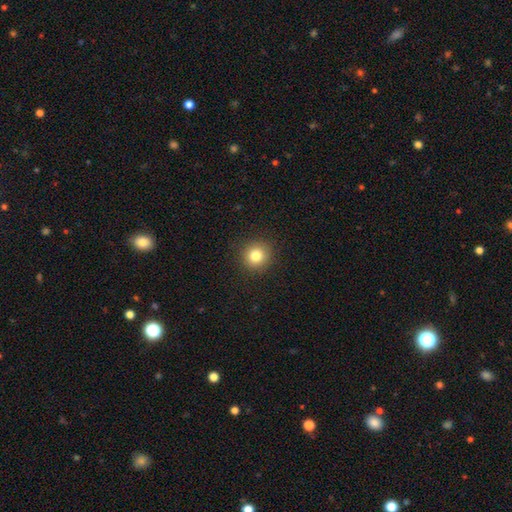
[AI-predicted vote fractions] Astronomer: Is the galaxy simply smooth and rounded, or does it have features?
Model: smooth — 81%.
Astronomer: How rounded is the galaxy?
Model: round — 92%.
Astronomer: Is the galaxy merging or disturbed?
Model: none — 91%.